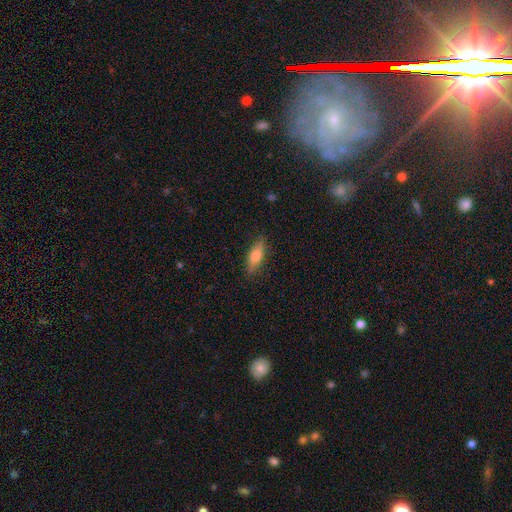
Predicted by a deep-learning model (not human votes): The model was most divided on "how rounded": in between: 54%, cigar-shaped: 44%, round: 3%. More confident: merging — none (82%); smooth or featured — smooth (70%).